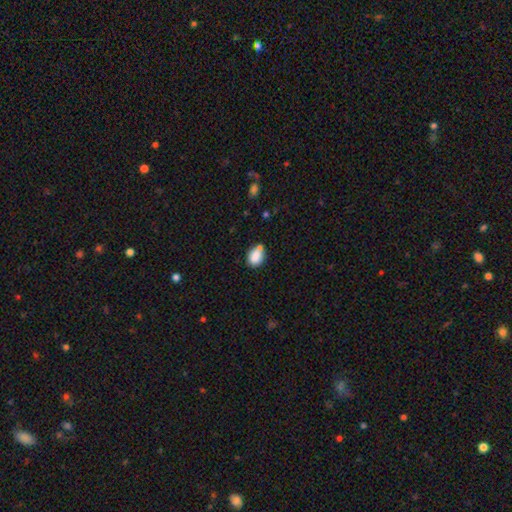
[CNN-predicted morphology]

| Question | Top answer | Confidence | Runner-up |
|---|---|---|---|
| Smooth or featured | smooth | 85% | star or artifact (9%) |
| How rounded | in between | 66% | round (32%) |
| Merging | none | 58% | minor disturbance (22%) |